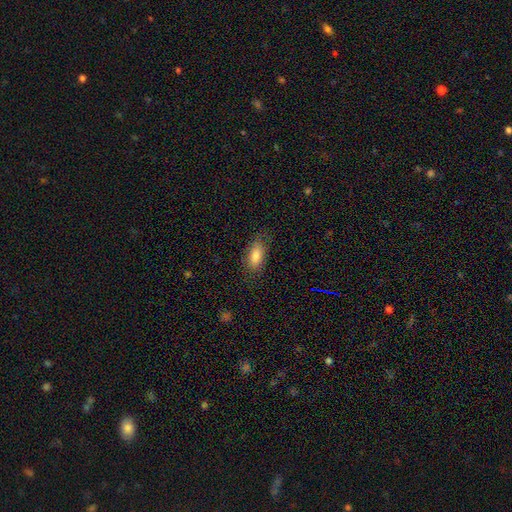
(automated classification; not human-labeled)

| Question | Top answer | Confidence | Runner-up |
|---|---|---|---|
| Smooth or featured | smooth | 82% | featured or disk (11%) |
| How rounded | in between | 84% | cigar-shaped (13%) |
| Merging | none | 76% | minor disturbance (18%) |